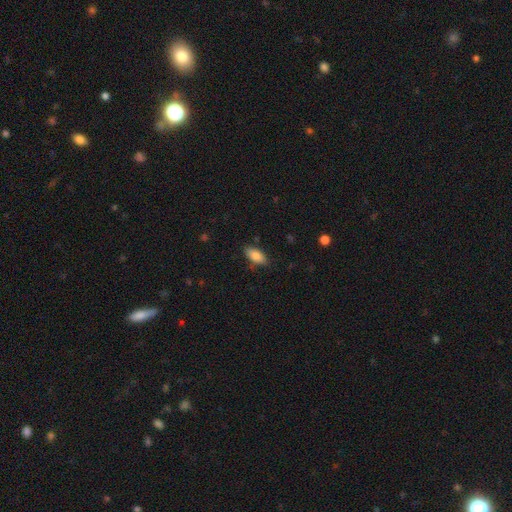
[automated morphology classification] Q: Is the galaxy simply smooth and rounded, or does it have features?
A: smooth — 83%.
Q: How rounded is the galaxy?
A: in between — 88%.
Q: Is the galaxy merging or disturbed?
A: none — 81%.